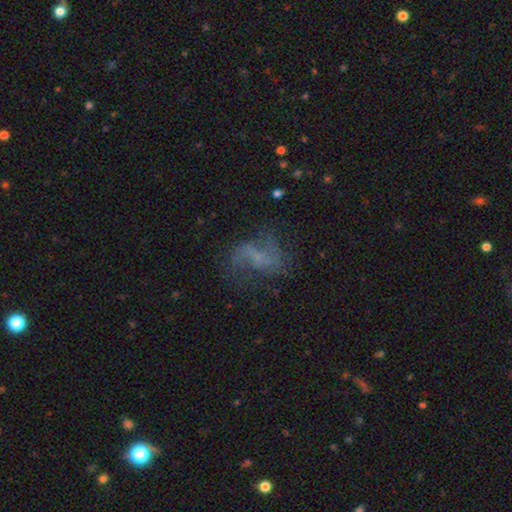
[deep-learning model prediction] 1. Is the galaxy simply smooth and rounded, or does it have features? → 63% featured or disk, 22% smooth, 15% star or artifact.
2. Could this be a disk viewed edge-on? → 97% no, 3% yes.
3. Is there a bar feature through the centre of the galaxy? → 49% no, 36% weak, 14% strong.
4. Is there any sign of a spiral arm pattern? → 74% yes, 26% no.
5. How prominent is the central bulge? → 58% none, 29% small, 9% moderate, 2% large, 1% dominant.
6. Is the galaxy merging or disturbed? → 50% none, 27% major disturbance, 20% minor disturbance, 3% merger.